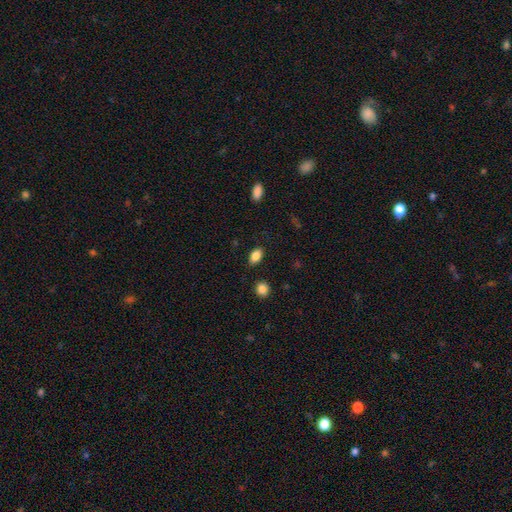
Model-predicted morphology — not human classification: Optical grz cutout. It shows a smooth galaxy with no disk features (86%) that is in between round and cigar-shaped (87%). Merging: none (85%).